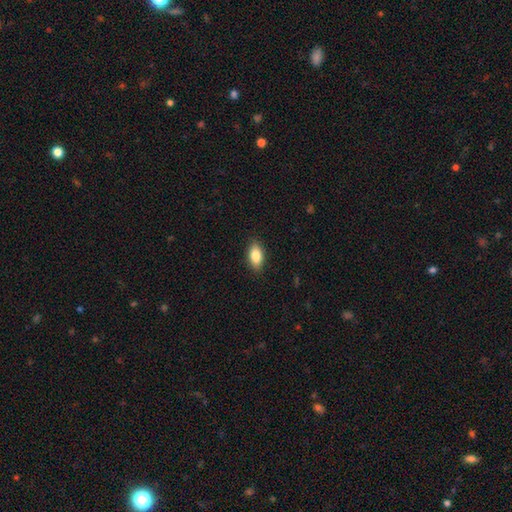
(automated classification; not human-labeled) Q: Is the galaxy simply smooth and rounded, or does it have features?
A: smooth — 83%.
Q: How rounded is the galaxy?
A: in between — 89%.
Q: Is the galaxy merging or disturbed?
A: none — 88%.